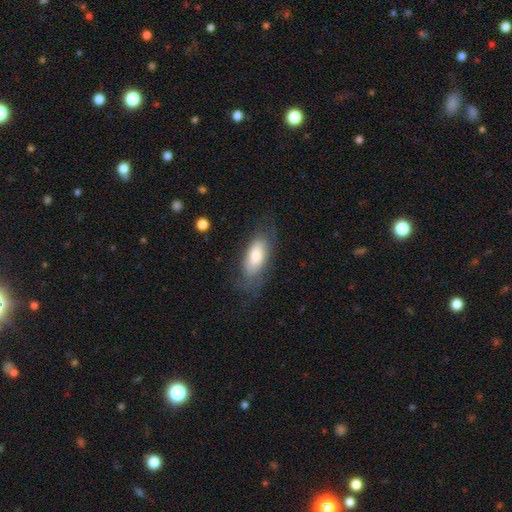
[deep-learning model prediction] Q: Smooth or featured?
A: smooth (68%); runner-up: featured or disk (25%)
Q: How rounded?
A: in between (81%); runner-up: cigar-shaped (17%)
Q: Merging?
A: none (65%); runner-up: minor disturbance (22%)